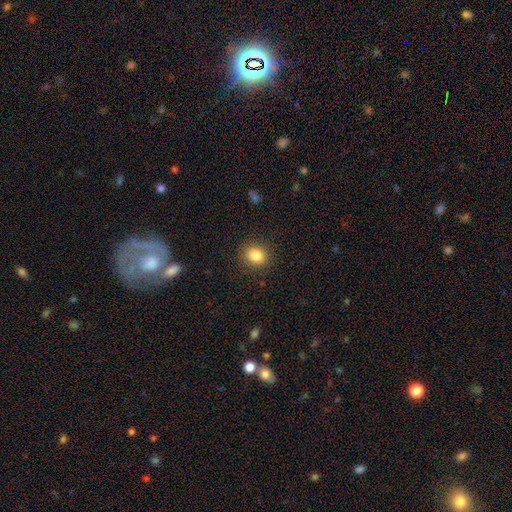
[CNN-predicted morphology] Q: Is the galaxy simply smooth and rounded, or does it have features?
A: smooth — 84%.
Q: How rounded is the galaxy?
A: round — 70%.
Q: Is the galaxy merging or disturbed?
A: none — 88%.